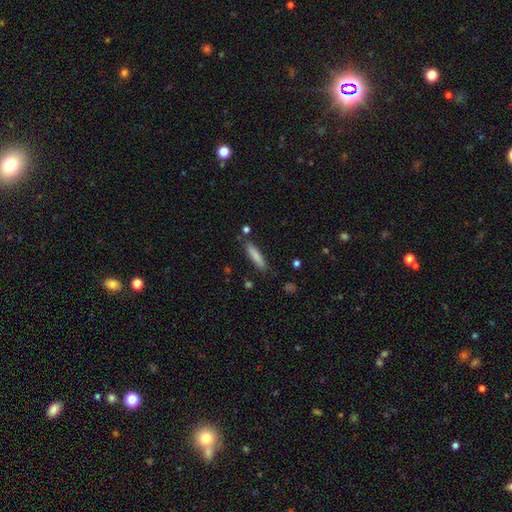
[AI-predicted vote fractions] Q: Smooth or featured?
A: smooth (81%); runner-up: featured or disk (13%)
Q: How rounded?
A: cigar-shaped (83%); runner-up: in between (16%)
Q: Merging?
A: none (83%); runner-up: minor disturbance (11%)